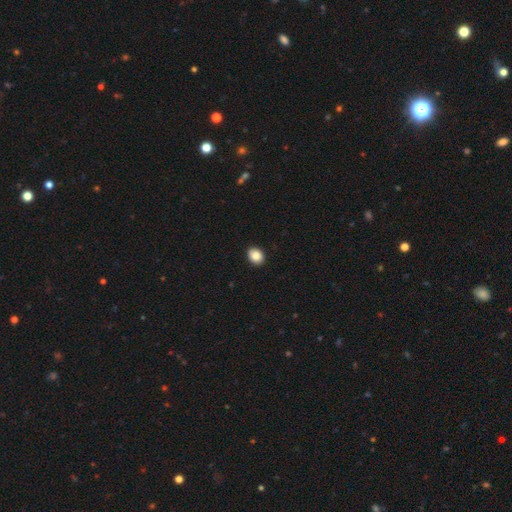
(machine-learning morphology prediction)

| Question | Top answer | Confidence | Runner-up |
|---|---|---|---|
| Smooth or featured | smooth | 88% | star or artifact (9%) |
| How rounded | round | 50% | in between (49%) |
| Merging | none | 91% | minor disturbance (7%) |